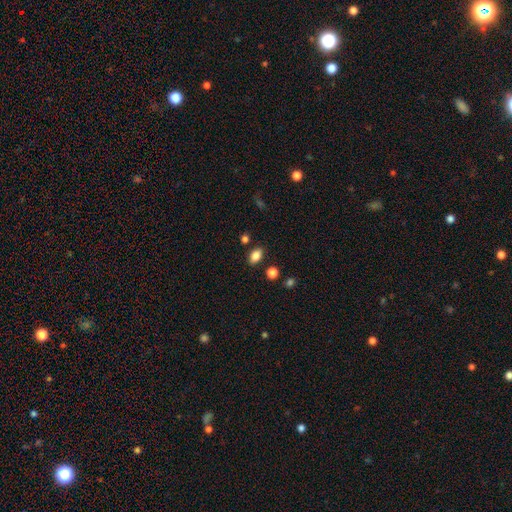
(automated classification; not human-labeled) smooth_or_featured: smooth (p=0.84) [alt: star or artifact p=0.10]
how_rounded: in between (p=0.86) [alt: round p=0.12]
merging: none (p=0.84) [alt: minor disturbance p=0.10]